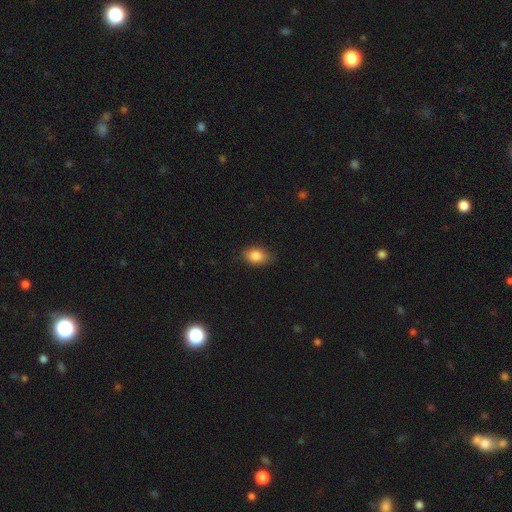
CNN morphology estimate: Smooth or featured? Predicted: smooth (p=0.85). How rounded? Predicted: in between (p=0.82). Merging? Predicted: none (p=0.79).